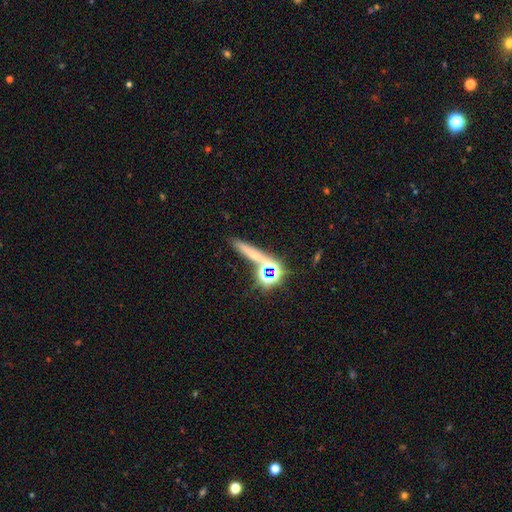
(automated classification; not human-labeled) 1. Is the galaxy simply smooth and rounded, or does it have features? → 43% smooth, 36% star or artifact, 21% featured or disk.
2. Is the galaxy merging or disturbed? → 70% none, 14% merger, 10% minor disturbance, 5% major disturbance.